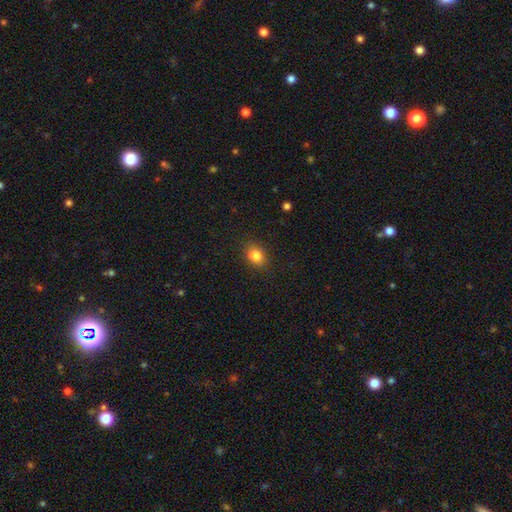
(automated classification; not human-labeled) A smooth galaxy with no disk features (83%) that is in between round and cigar-shaped (65%).

Vote fractions:
- Smooth or featured? smooth: 83% / star or artifact: 11% / featured or disk: 6%
- How rounded? in between: 65% / round: 34% / cigar-shaped: 2%
- Merging? none: 83% / minor disturbance: 13% / major disturbance: 3% / merger: 2%